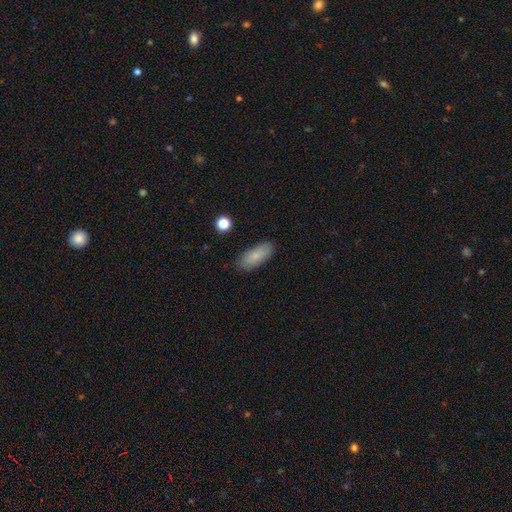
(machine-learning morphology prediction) The model was most divided on "how rounded": in between: 80%, cigar-shaped: 18%, round: 2%. More confident: merging — none (86%); smooth or featured — smooth (83%).